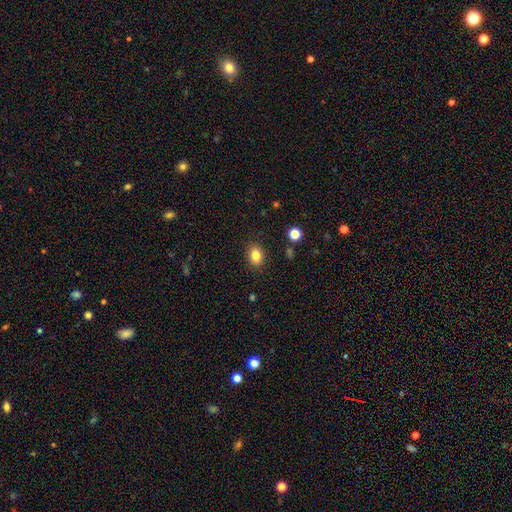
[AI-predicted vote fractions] Smooth or featured?
  - smooth: 83% *
  - star or artifact: 11%
  - featured or disk: 6%
How rounded?
  - in between: 61% *
  - round: 38%
  - cigar-shaped: 1%
Merging?
  - none: 88% *
  - minor disturbance: 9%
  - major disturbance: 2%
  - merger: 1%